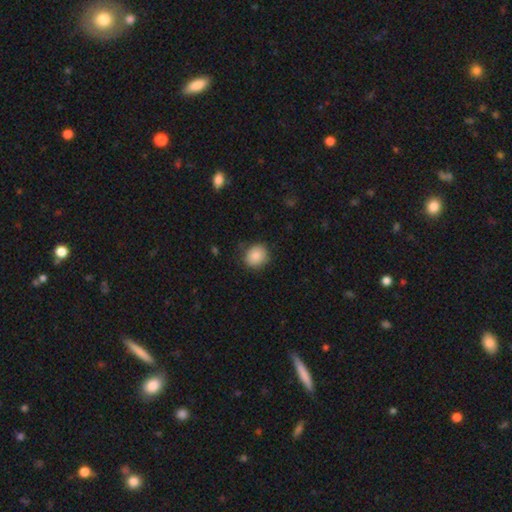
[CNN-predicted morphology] Smooth or featured?
  - smooth: 87% *
  - star or artifact: 8%
  - featured or disk: 5%
How rounded?
  - round: 78% *
  - in between: 21%
  - cigar-shaped: 1%
Merging?
  - none: 83% *
  - minor disturbance: 13%
  - major disturbance: 3%
  - merger: 1%